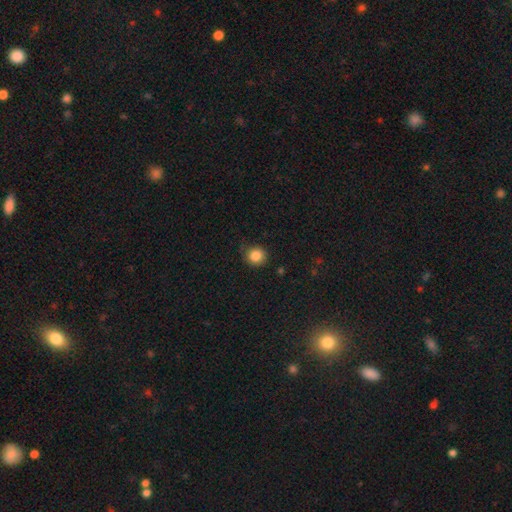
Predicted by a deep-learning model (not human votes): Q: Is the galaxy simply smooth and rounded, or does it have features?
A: smooth — 85%.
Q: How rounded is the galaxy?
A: round — 90%.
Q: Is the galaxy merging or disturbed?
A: none — 79%.